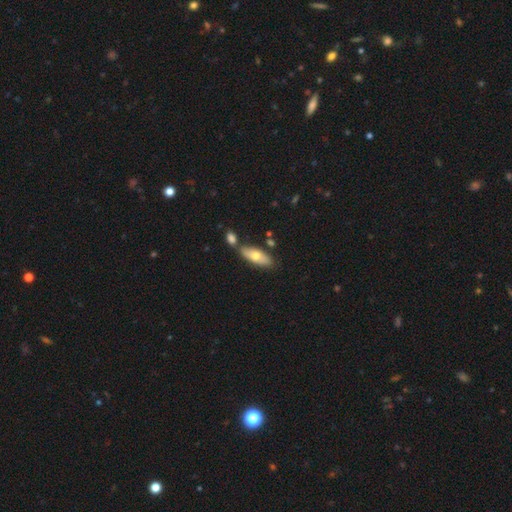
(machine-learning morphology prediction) A smooth galaxy with no disk features (66%) that is in between round and cigar-shaped (74%). Merging: none (67%).